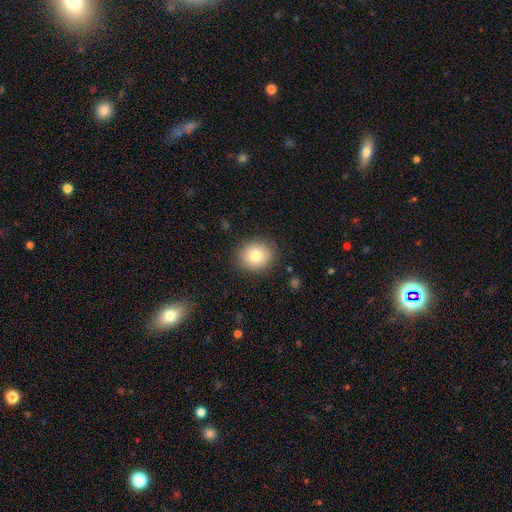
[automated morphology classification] Q: Smooth or featured?
A: smooth (82%); runner-up: star or artifact (9%)
Q: How rounded?
A: round (83%); runner-up: in between (16%)
Q: Merging?
A: none (89%); runner-up: minor disturbance (7%)